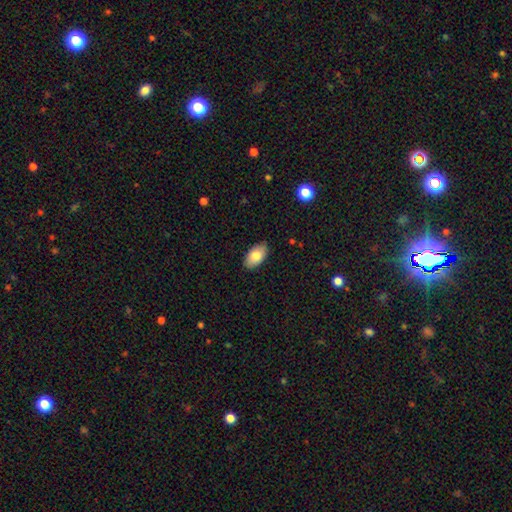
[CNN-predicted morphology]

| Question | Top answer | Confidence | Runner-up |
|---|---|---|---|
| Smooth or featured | smooth | 83% | featured or disk (11%) |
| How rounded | in between | 94% | round (4%) |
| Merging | none | 87% | minor disturbance (10%) |